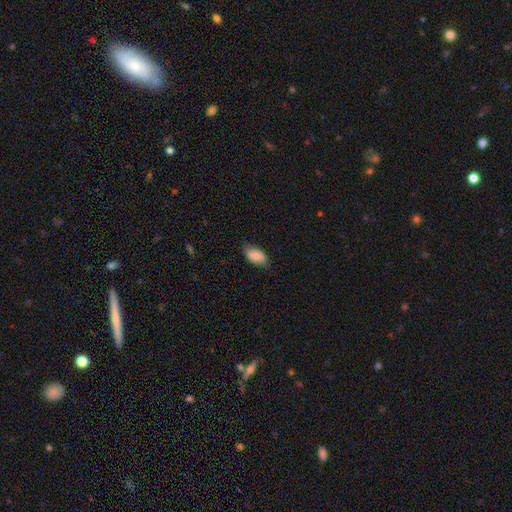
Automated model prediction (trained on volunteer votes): Smooth or featured? Predicted: smooth (p=0.86). How rounded? Predicted: in between (p=0.93). Merging? Predicted: none (p=0.76).